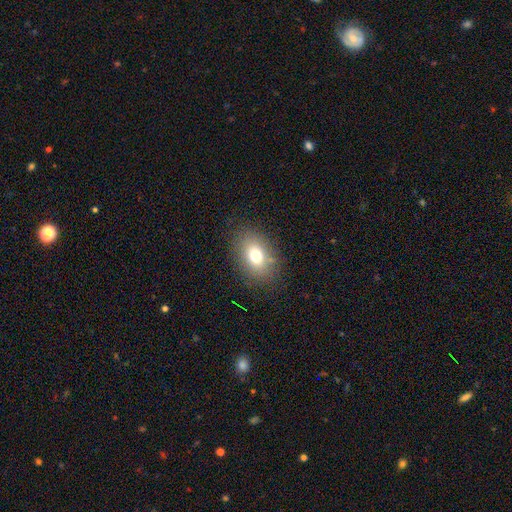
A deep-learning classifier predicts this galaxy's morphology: smooth-or-featured: smooth: 73% | featured or disk: 14% | star or artifact: 13%
  how-rounded: in between: 73% | round: 25% | cigar-shaped: 1%
  merging: none: 82% | minor disturbance: 12% | major disturbance: 5% | merger: 2%